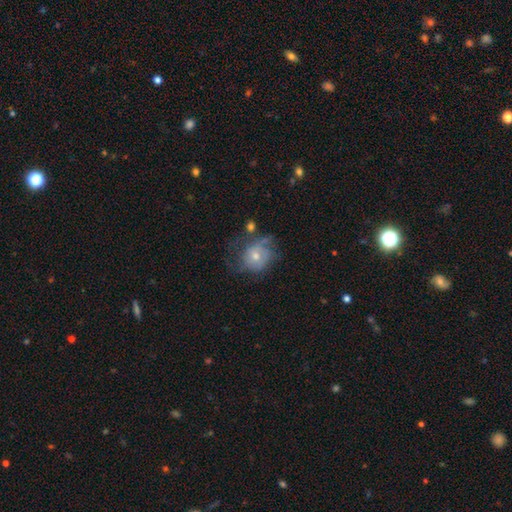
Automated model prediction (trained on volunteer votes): Smooth or featured? featured or disk (45%, tied with smooth)
Merging? none (40%)